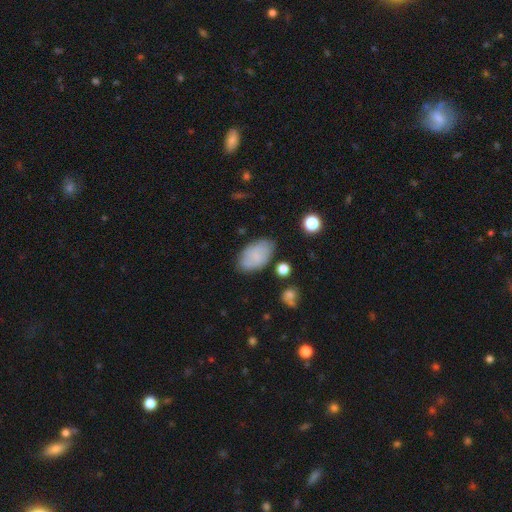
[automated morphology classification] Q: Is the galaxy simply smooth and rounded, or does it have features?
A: smooth — 59%.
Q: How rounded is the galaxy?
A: in between — 92%.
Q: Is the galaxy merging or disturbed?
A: none — 73%.